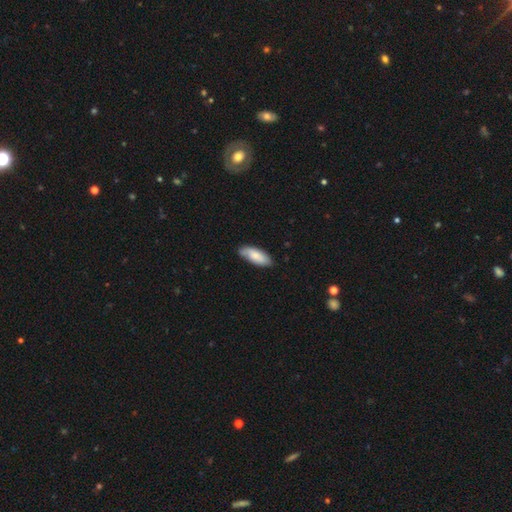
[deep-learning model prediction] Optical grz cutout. It shows a smooth galaxy with no disk features (74%) that is in between round and cigar-shaped (82%). Merging: none (74%).